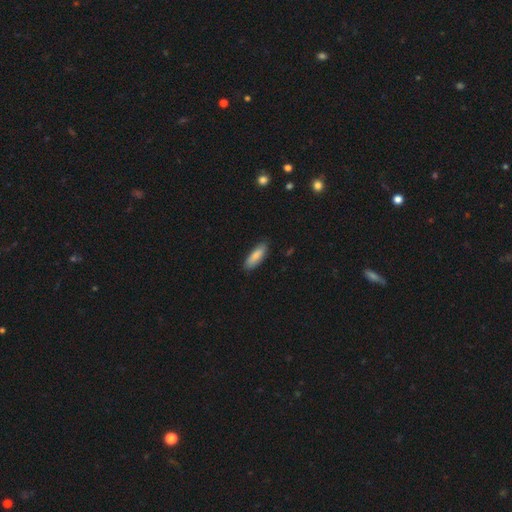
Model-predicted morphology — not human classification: Smooth or featured: smooth — 86% (featured or disk — 9%)
How rounded: in between — 62% (cigar-shaped — 37%)
Merging: none — 85% (minor disturbance — 12%)